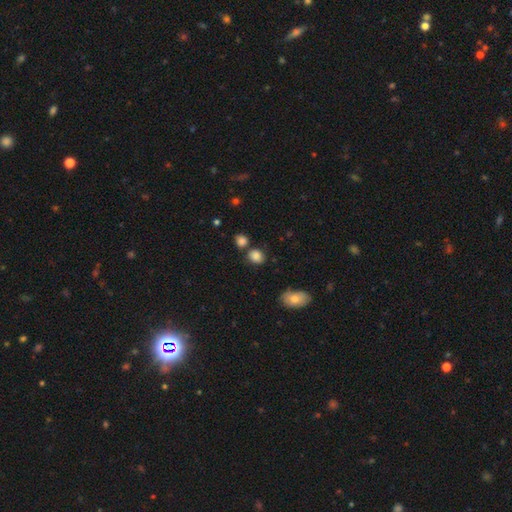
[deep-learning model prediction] Overall: smooth (85%). How rounded: round (63%; in between 36%). Merging: none (68%).